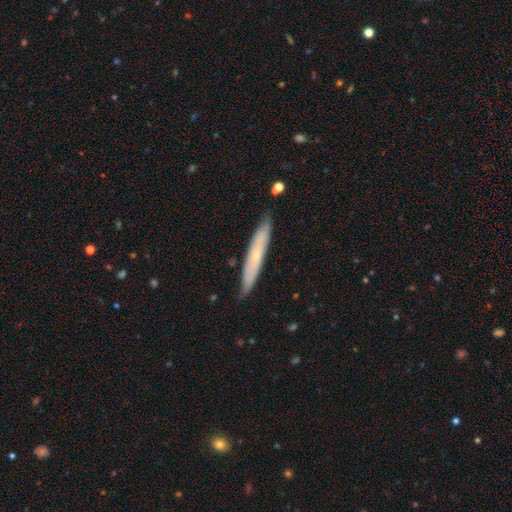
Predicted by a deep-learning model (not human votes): A featured or disk galaxy (50%) viewed edge-on (76%). Merging: none (83%).